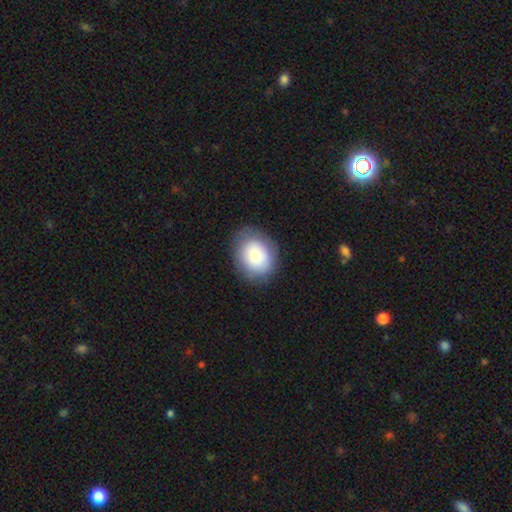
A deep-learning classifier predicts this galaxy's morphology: type=smooth (83%); roundness=in between (53%); merging=none (81%).